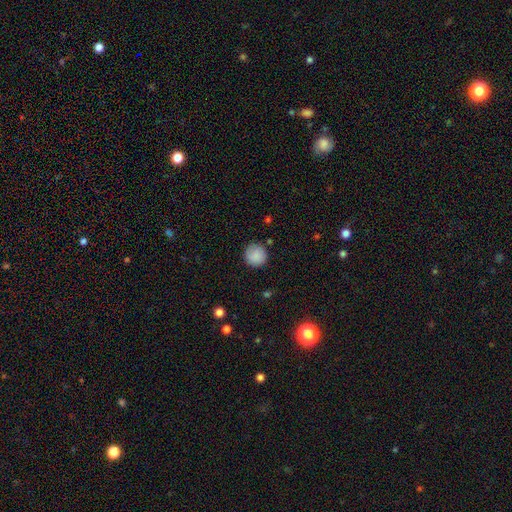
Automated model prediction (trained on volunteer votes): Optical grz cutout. It shows a smooth galaxy with no disk features (87%) that is round (95%). Merging: none (86%).